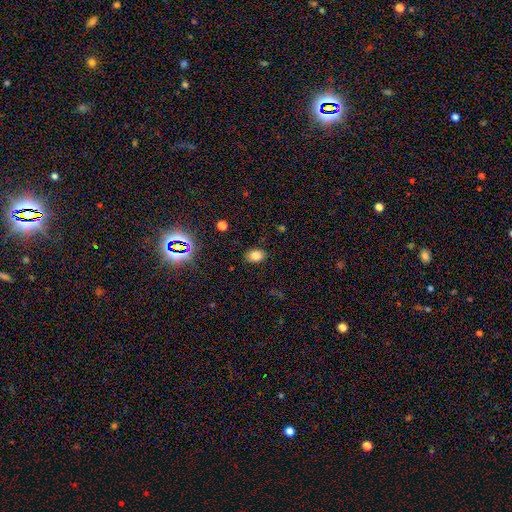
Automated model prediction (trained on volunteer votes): This appears to be a smooth galaxy with no disk features (80%) that is in between round and cigar-shaped (78%). Merging: none (86%).